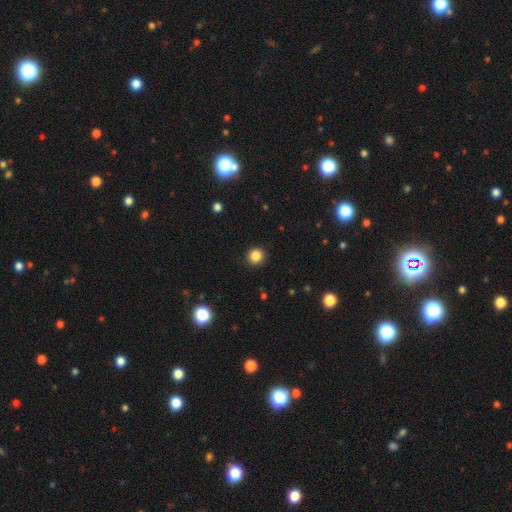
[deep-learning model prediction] Smooth or featured? smooth (85%)
How rounded? round (94%)
Merging? none (92%)